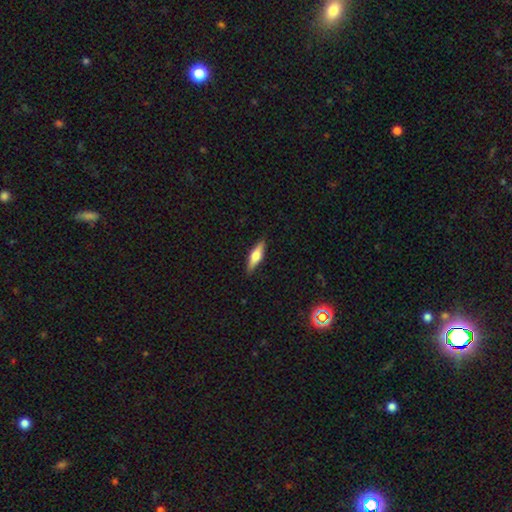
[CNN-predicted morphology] Smooth or featured? smooth (48%)
Merging? none (88%)